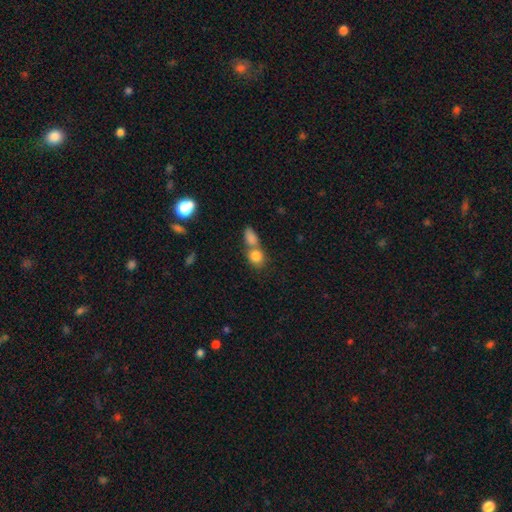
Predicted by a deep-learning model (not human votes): smooth_or_featured: smooth (p=0.82) [alt: star or artifact p=0.09]
how_rounded: round (p=0.60) [alt: in between p=0.38]
merging: merger (p=0.52) [alt: none p=0.36]